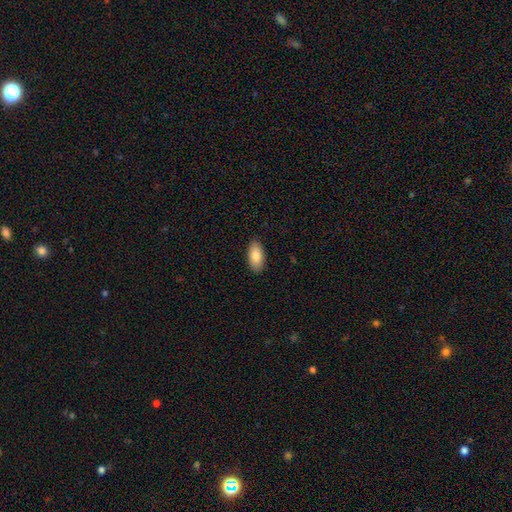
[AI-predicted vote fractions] This is clearly a smooth galaxy (87%). How rounded: clearly in between (93%). Merging: clearly none (88%).